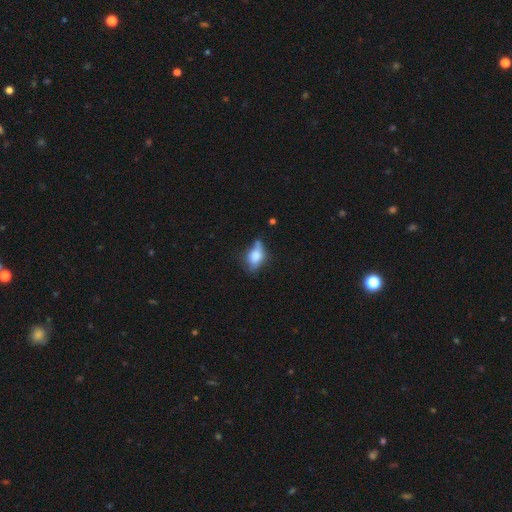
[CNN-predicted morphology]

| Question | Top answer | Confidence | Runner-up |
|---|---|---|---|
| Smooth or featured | smooth | 68% | featured or disk (23%) |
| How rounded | in between | 78% | round (16%) |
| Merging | none | 39% | minor disturbance (36%) |